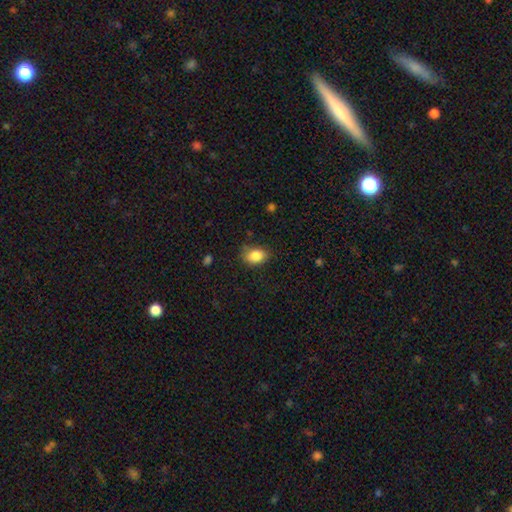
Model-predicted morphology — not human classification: This is clearly a smooth galaxy (85%). How rounded: likely in between (76%). Merging: likely none (72%).